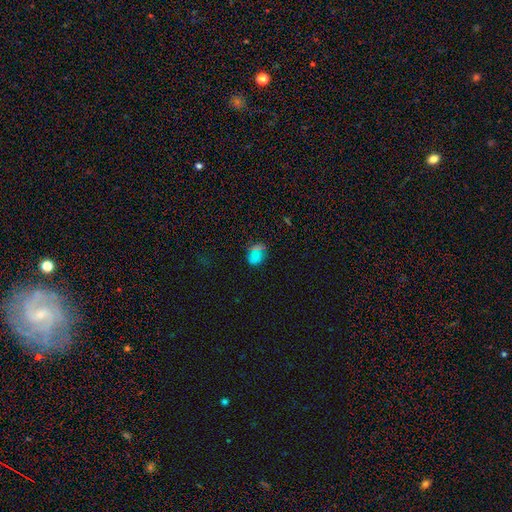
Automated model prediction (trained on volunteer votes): smooth_or_featured: smooth (p=0.60) [alt: star or artifact p=0.28]
how_rounded: in between (p=0.50) [alt: round p=0.48]
merging: none (p=0.73) [alt: minor disturbance p=0.16]